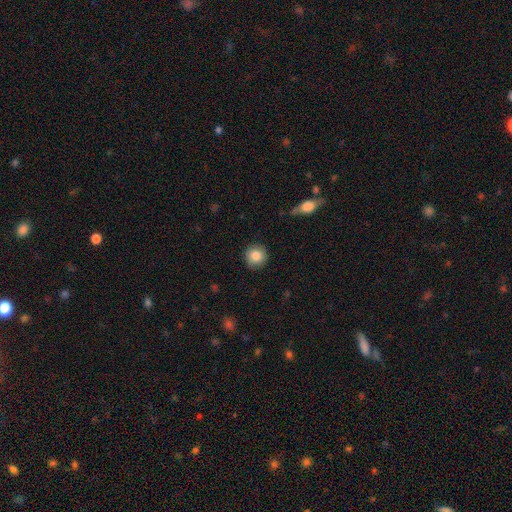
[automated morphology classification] Smooth or featured? Predicted: smooth (p=0.85). How rounded? Predicted: round (p=0.93). Merging? Predicted: none (p=0.88).